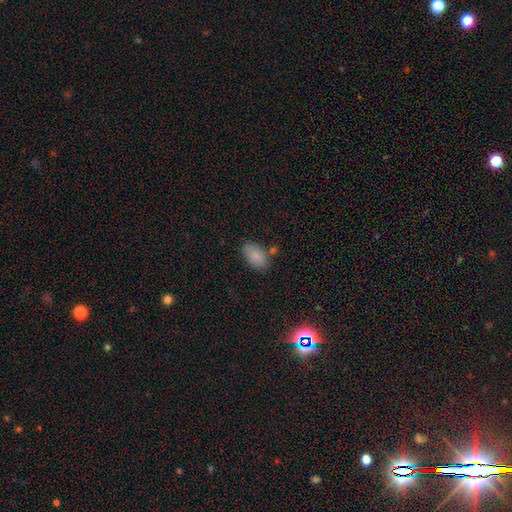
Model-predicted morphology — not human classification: smooth_or_featured: smooth (p=0.86) [alt: star or artifact p=0.07]
how_rounded: in between (p=0.93) [alt: round p=0.05]
merging: none (p=0.72) [alt: minor disturbance p=0.16]